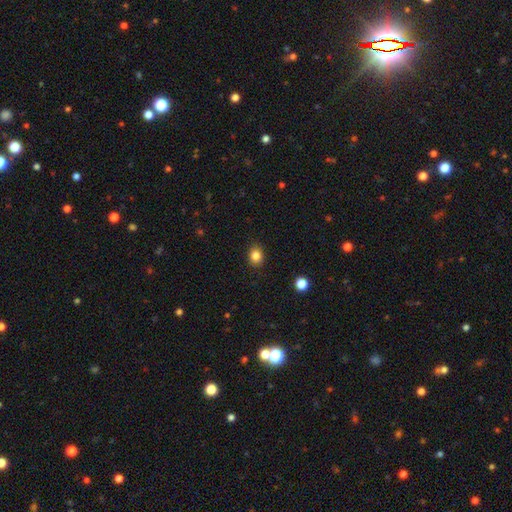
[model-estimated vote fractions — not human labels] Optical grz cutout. It shows a smooth galaxy with no disk features (84%) that is round (57%). Merging: none (87%).